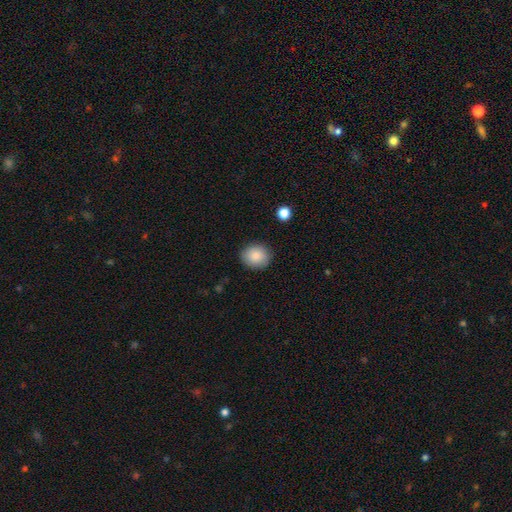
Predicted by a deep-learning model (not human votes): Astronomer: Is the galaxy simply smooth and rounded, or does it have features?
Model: smooth — 86%.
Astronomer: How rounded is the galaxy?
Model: round — 74%.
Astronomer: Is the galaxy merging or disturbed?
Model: none — 88%.